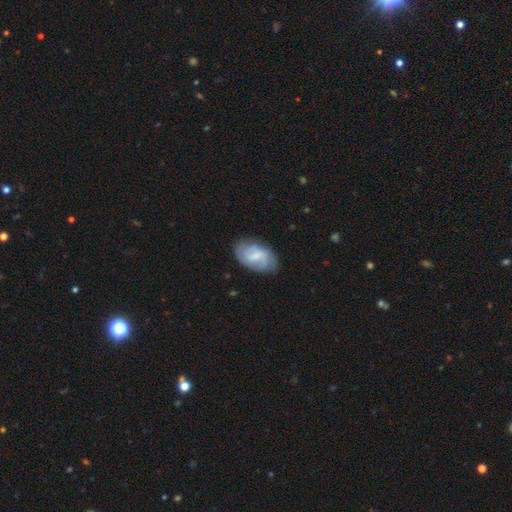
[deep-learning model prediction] Overall: featured or disk (57%; smooth 36%). Edge-on disk: no (97%). Bar: weak (58%; no 24%). Spiral arms: yes (82%). Bulge size: small (41%; moderate 29%). Merging: none (72%).